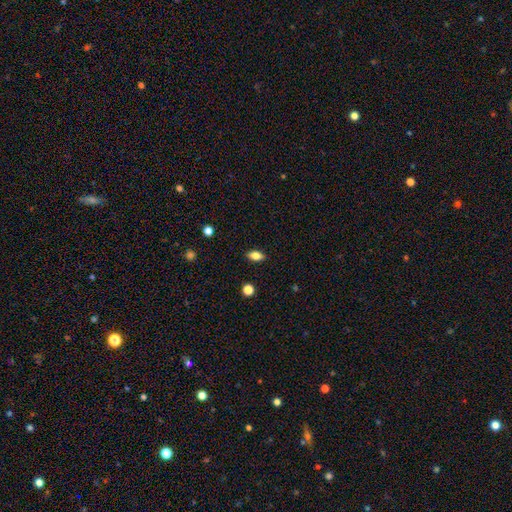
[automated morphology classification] This appears to be a smooth galaxy with no disk features (79%) that is in between round and cigar-shaped (86%). Merging: none (88%).